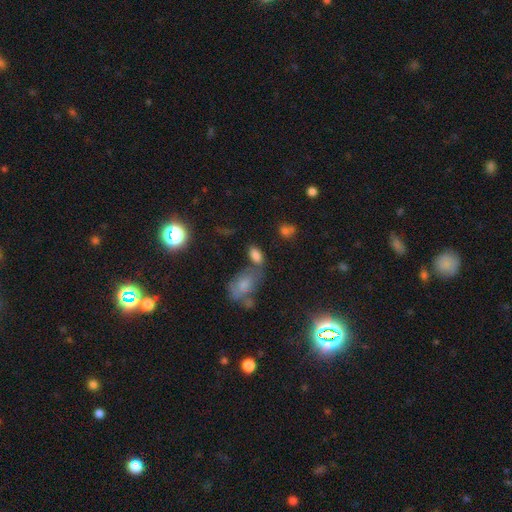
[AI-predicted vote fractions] Overall: smooth (78%). How rounded: in between (90%). Merging: none (53%; merger 24%).